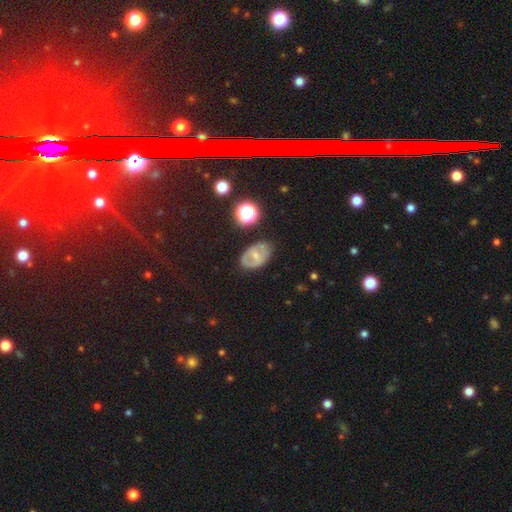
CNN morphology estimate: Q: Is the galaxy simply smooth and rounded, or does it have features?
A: featured or disk — 50%.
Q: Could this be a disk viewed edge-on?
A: no — 93%.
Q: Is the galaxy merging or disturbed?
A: none — 73%.